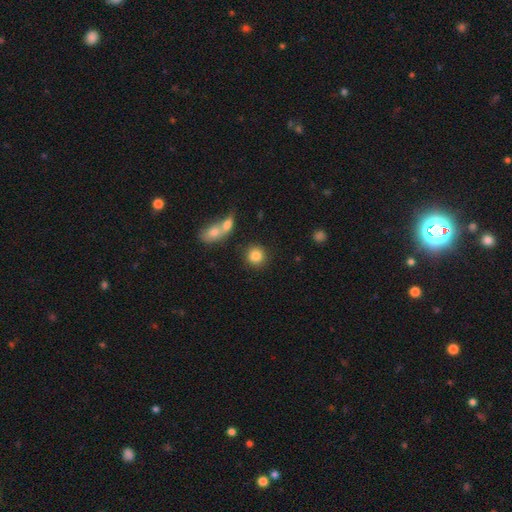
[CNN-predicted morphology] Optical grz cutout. It shows a smooth galaxy with no disk features (84%) that is round (88%). Merging: none (81%).